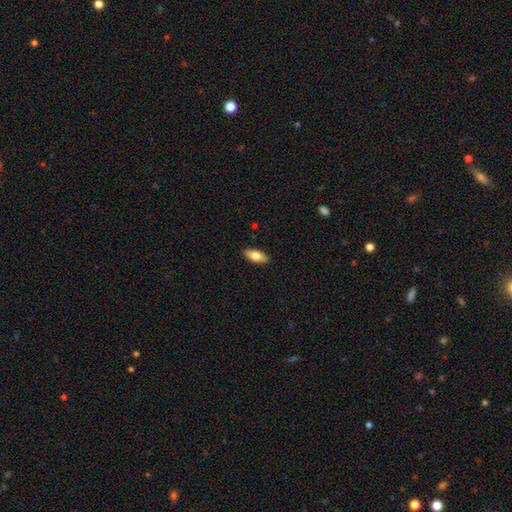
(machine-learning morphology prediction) A smooth galaxy with no disk features (74%) that is in between round and cigar-shaped (83%). Merging: none (89%).